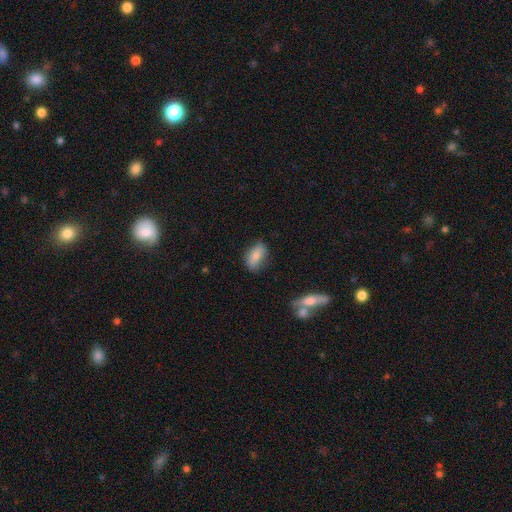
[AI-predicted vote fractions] Smooth or featured: smooth — 76% (featured or disk — 17%)
How rounded: in between — 85% (cigar-shaped — 9%)
Merging: none — 73% (minor disturbance — 20%)